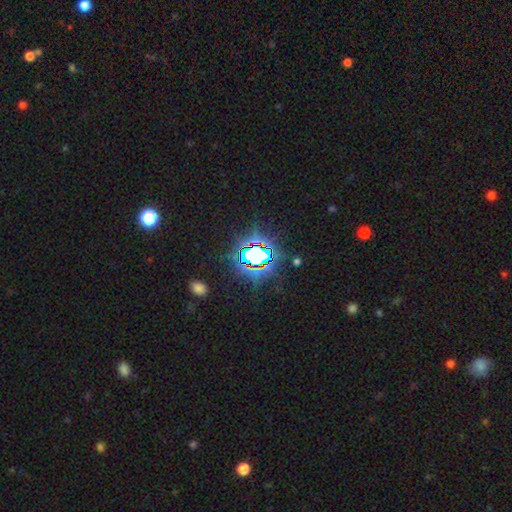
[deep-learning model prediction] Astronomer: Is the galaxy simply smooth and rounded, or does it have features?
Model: star or artifact — 77%.